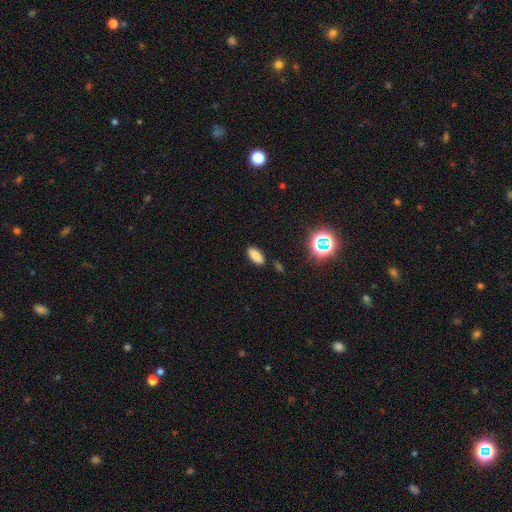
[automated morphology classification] Smooth or featured?
  - smooth: 80% *
  - star or artifact: 15%
  - featured or disk: 5%
How rounded?
  - in between: 86% *
  - cigar-shaped: 11%
  - round: 3%
Merging?
  - none: 86% *
  - minor disturbance: 9%
  - merger: 2%
  - major disturbance: 2%